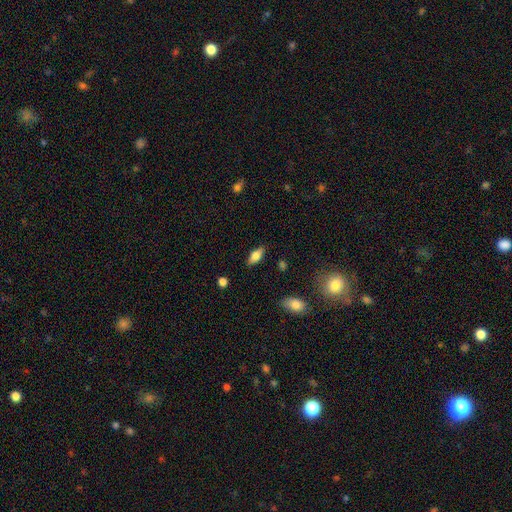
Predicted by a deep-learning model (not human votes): A smooth galaxy with no disk features (71%) that is in between round and cigar-shaped (80%). Merging: none (85%).